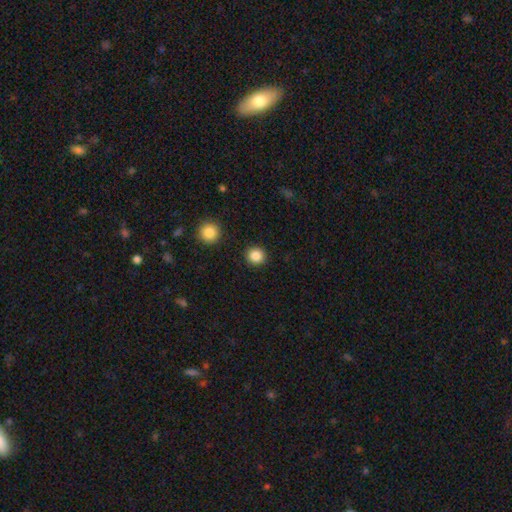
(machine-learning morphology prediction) This appears to be a smooth galaxy with no disk features (86%) that is round (93%). Merging: none (91%).